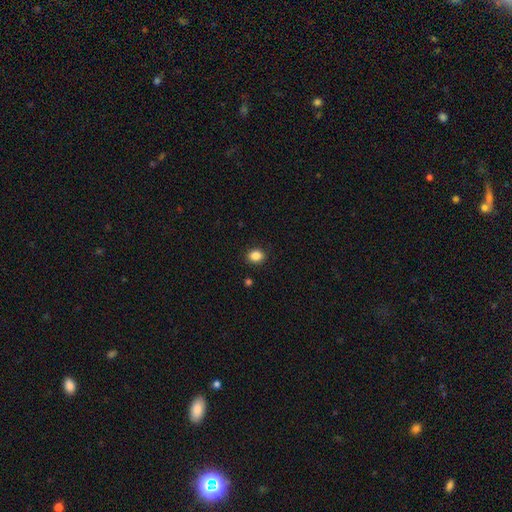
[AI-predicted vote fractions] smooth-or-featured: smooth: 86% | star or artifact: 10% | featured or disk: 4%
  how-rounded: round: 60% | in between: 40% | cigar-shaped: 1%
  merging: none: 90% | minor disturbance: 7% | major disturbance: 2% | merger: 1%